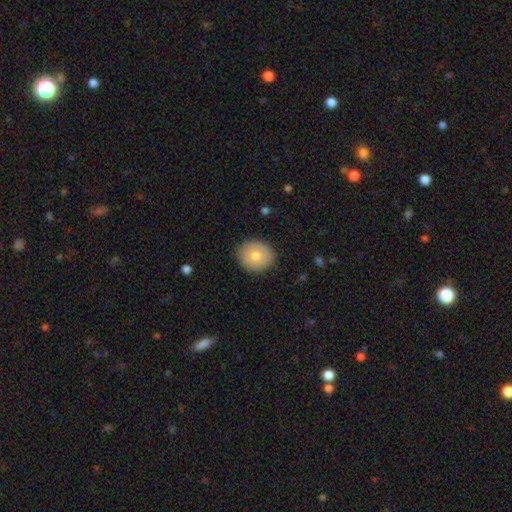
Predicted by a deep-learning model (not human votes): A smooth galaxy with no disk features (76%) that is round (76%). Merging: none (88%).